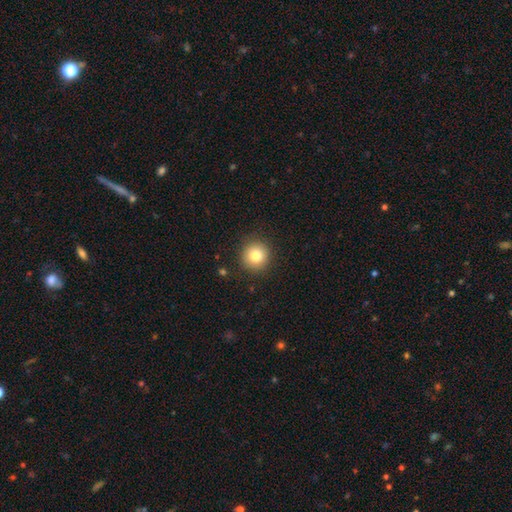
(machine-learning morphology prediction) Q: Smooth or featured?
A: smooth (81%); runner-up: star or artifact (11%)
Q: How rounded?
A: round (94%); runner-up: in between (6%)
Q: Merging?
A: none (90%); runner-up: minor disturbance (7%)